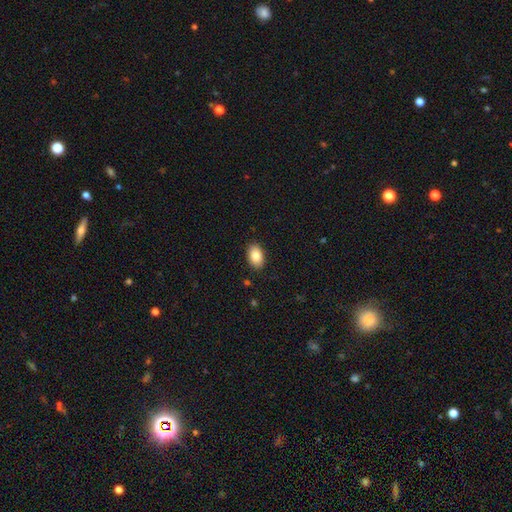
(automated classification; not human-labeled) A smooth galaxy with no disk features (86%) that is in between round and cigar-shaped (91%). Merging: none (88%).